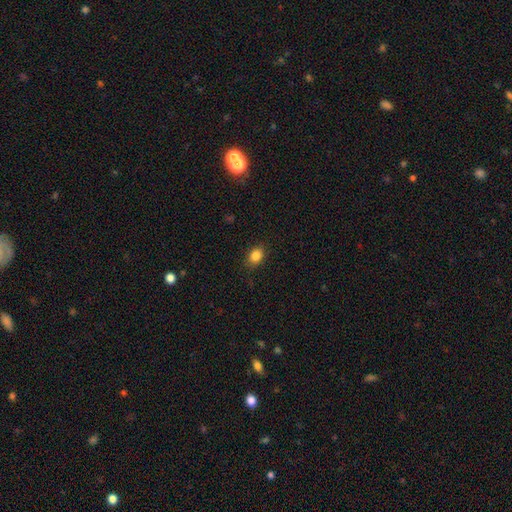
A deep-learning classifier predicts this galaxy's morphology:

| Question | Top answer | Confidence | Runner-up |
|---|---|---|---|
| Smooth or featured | smooth | 85% | star or artifact (10%) |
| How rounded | in between | 62% | round (37%) |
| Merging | none | 86% | minor disturbance (10%) |